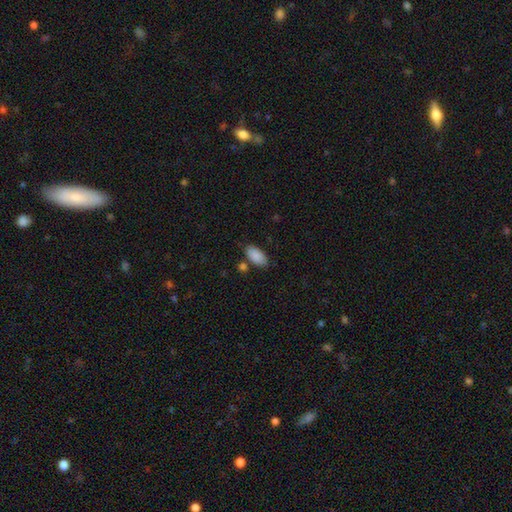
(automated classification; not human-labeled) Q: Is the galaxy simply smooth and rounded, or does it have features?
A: smooth — 89%.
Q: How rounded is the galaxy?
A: in between — 93%.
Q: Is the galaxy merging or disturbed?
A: none — 76%.